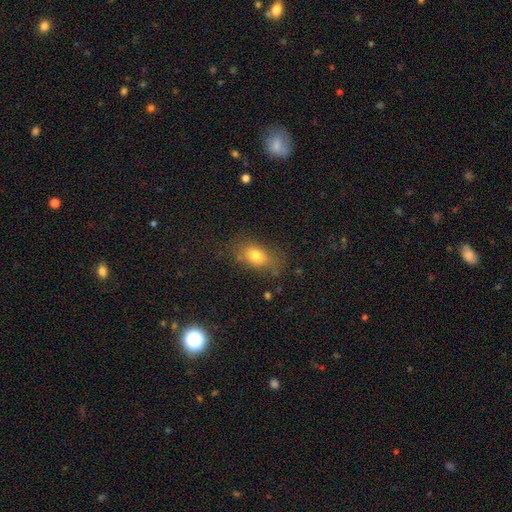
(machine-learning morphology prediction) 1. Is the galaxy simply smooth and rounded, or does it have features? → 76% smooth, 13% featured or disk, 11% star or artifact.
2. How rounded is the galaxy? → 80% in between, 16% round, 4% cigar-shaped.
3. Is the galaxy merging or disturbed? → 70% none, 20% minor disturbance, 8% major disturbance, 3% merger.